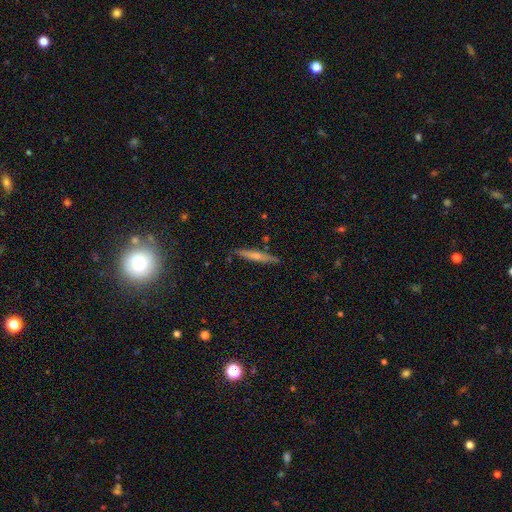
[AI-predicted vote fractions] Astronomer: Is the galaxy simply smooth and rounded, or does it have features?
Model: smooth — 53% (runner-up: featured or disk, 41%).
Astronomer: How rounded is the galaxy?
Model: cigar-shaped — 94%.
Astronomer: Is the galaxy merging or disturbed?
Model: none — 87%.